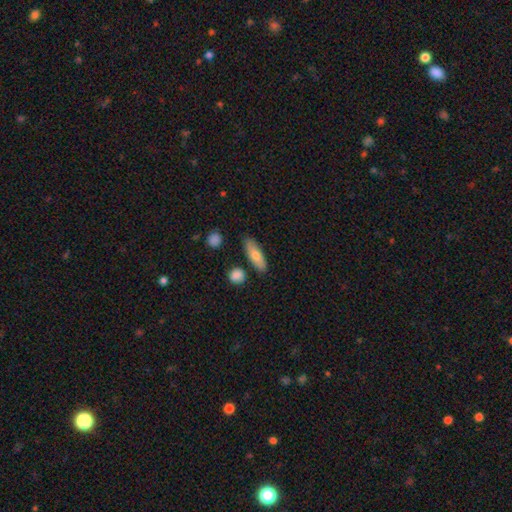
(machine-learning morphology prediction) Smooth or featured?
  - smooth: 76% *
  - featured or disk: 18%
  - star or artifact: 6%
How rounded?
  - in between: 57% *
  - cigar-shaped: 40%
  - round: 3%
Merging?
  - none: 81% *
  - minor disturbance: 12%
  - merger: 4%
  - major disturbance: 3%